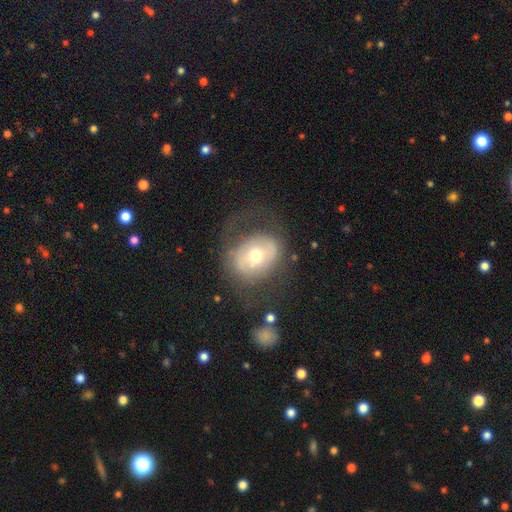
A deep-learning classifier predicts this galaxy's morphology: The model was most divided on "smooth or featured": featured or disk: 52%, smooth: 40%, star or artifact: 8%. More confident: edge-on disk — no (94%); merging — none (55%).